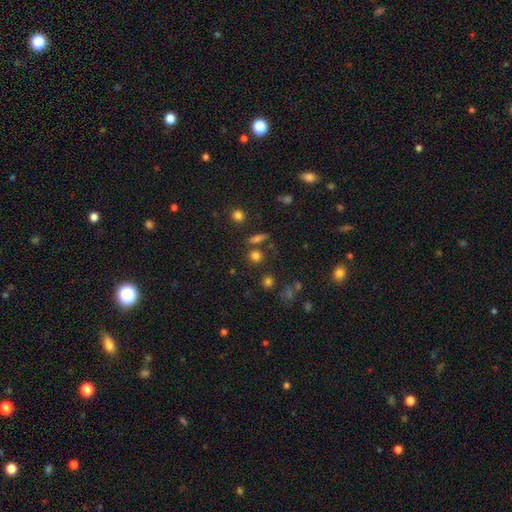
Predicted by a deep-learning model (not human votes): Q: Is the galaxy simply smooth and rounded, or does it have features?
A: smooth — 77%.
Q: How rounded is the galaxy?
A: round — 77%.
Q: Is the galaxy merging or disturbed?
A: none — 73%.